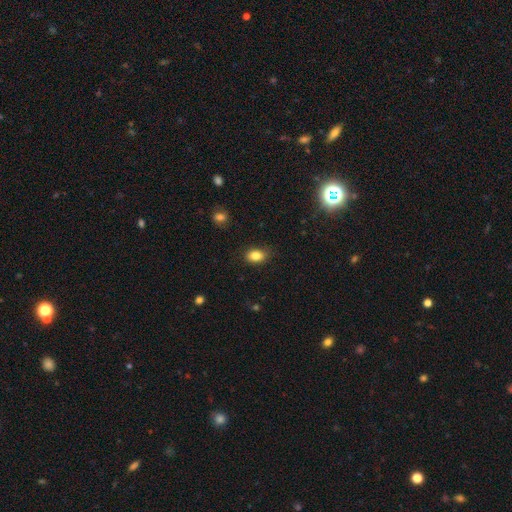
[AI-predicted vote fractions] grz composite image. It shows a smooth galaxy with no disk features (84%) that is in between round and cigar-shaped (79%). Merging: none (80%).